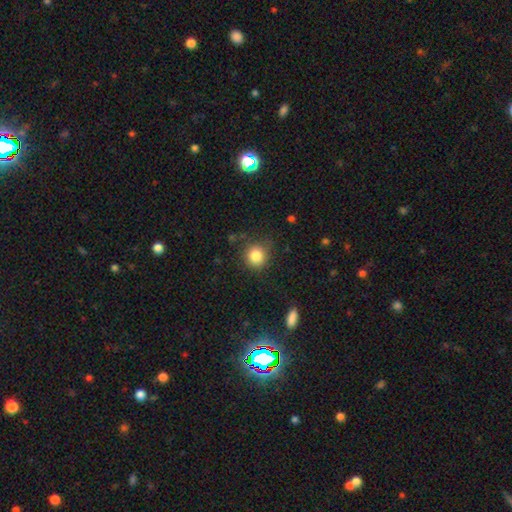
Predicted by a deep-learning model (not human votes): Morphology: type=smooth (83%); roundness=round (90%); merging=none (83%).